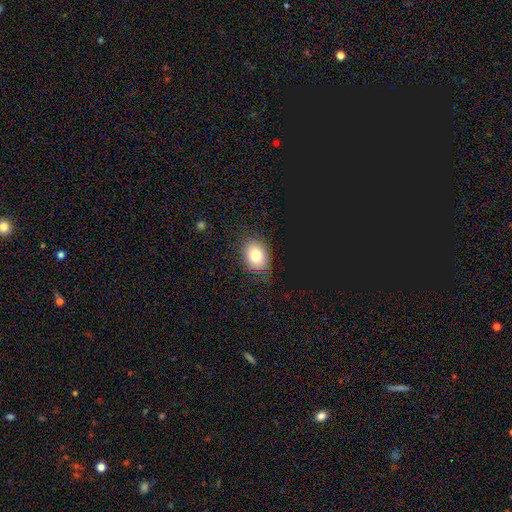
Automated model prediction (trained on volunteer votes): This is likely a smooth galaxy (78%). How rounded: likely in between (68%). Merging: likely none (80%).